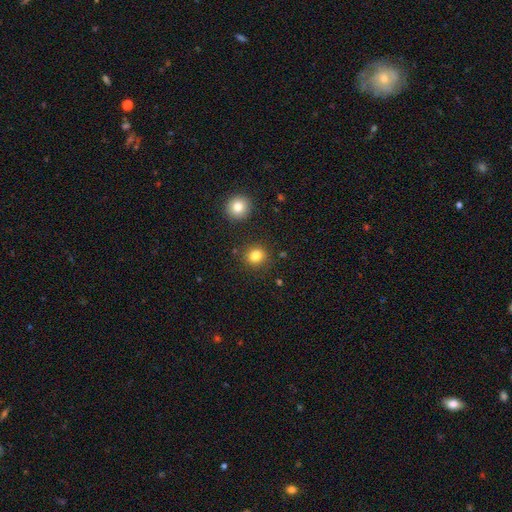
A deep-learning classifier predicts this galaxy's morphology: This appears to be a smooth galaxy with no disk features (81%) that is round (85%). Merging: none (87%).